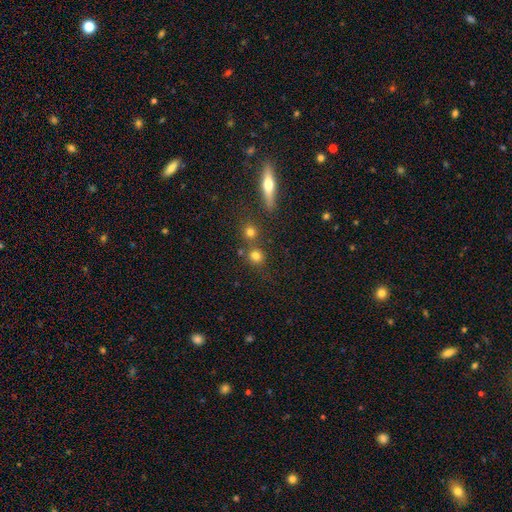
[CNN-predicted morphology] smooth 76%, star or artifact 15%, featured or disk 10%. Down the decision tree: how rounded — round (86%); merging — none (65%).